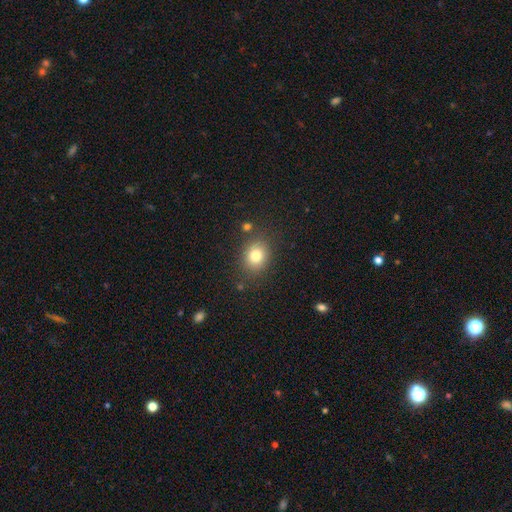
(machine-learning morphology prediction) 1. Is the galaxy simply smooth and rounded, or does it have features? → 80% smooth, 12% star or artifact, 9% featured or disk.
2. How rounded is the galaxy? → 63% round, 36% in between, 1% cigar-shaped.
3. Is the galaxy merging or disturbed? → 82% none, 11% minor disturbance, 4% merger, 4% major disturbance.